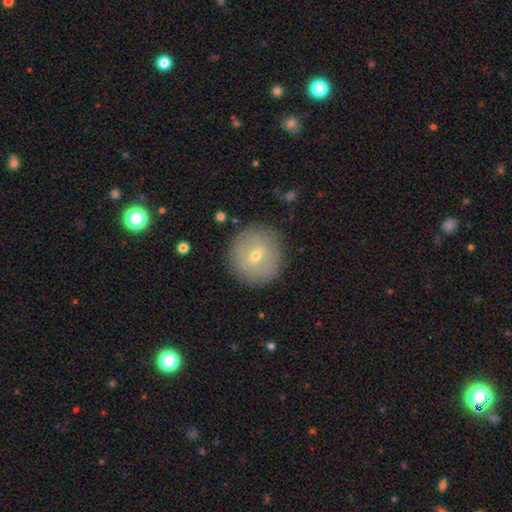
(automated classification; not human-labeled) smooth_or_featured: smooth (p=0.58) [alt: featured or disk p=0.32]
how_rounded: round (p=0.94) [alt: in between p=0.05]
merging: none (p=0.87) [alt: minor disturbance p=0.09]